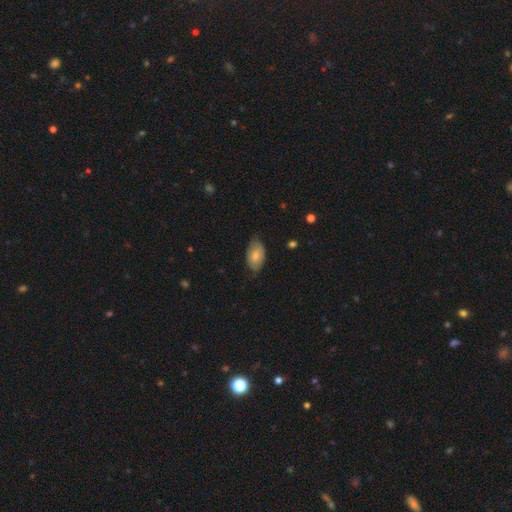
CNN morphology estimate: smooth_or_featured: smooth (p=0.72) [alt: featured or disk p=0.22]
how_rounded: in between (p=0.93) [alt: round p=0.05]
merging: none (p=0.67) [alt: minor disturbance p=0.27]